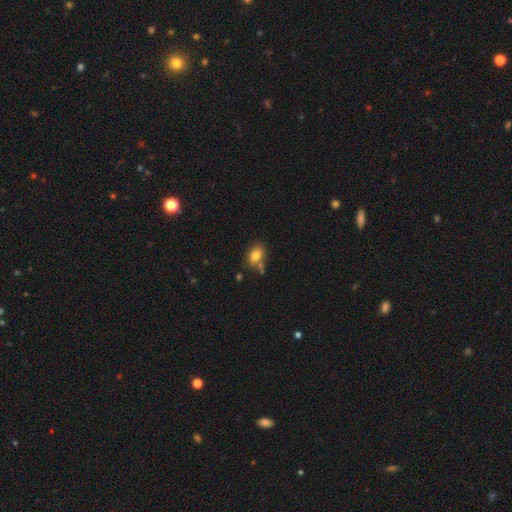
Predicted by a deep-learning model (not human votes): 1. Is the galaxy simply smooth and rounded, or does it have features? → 81% smooth, 10% featured or disk, 10% star or artifact.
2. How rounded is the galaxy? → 82% in between, 17% round, 2% cigar-shaped.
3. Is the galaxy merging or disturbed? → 63% none, 18% minor disturbance, 14% merger, 5% major disturbance.